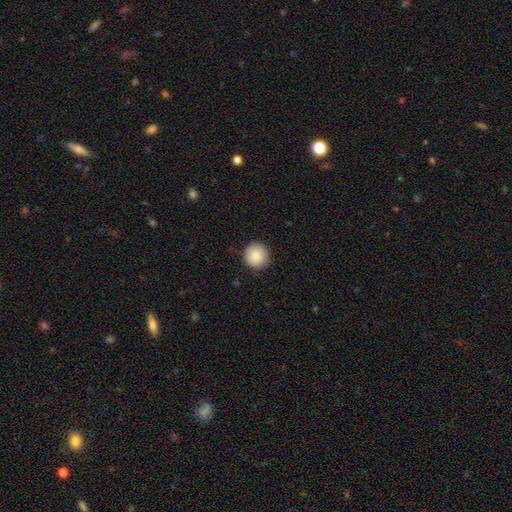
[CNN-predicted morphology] Smooth or featured: smooth — 87% (star or artifact — 8%)
How rounded: round — 95% (in between — 4%)
Merging: none — 90% (minor disturbance — 7%)